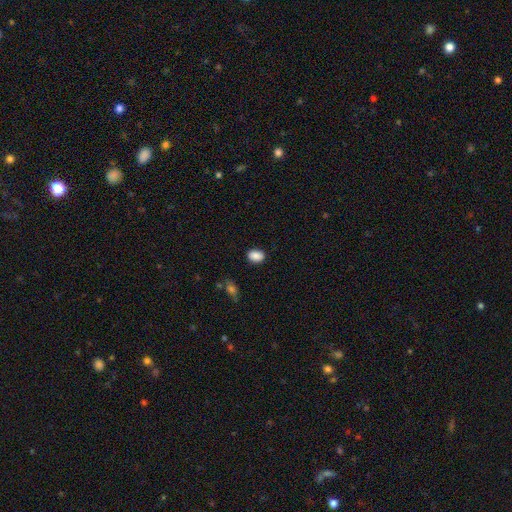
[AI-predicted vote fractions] Overall: smooth (87%). How rounded: in between (77%). Merging: none (85%).